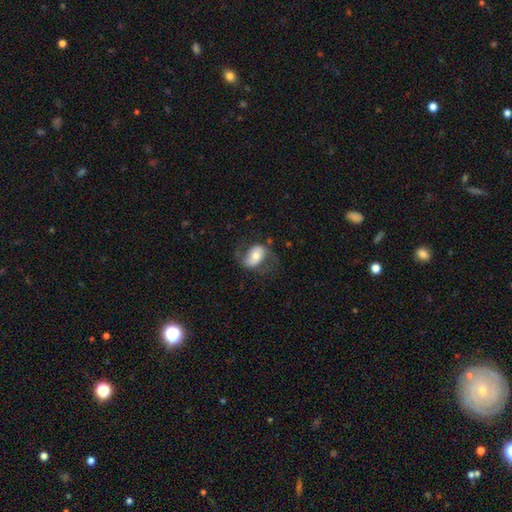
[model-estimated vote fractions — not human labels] A featured or disk galaxy (49%). Merging: none (57%).